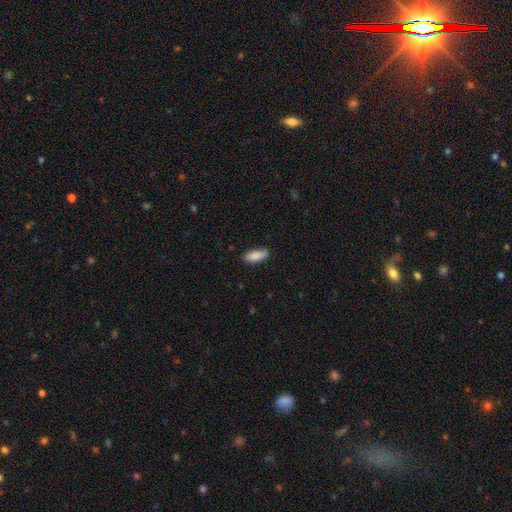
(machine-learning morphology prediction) Overall: smooth (87%). How rounded: in between (72%). Merging: none (79%).